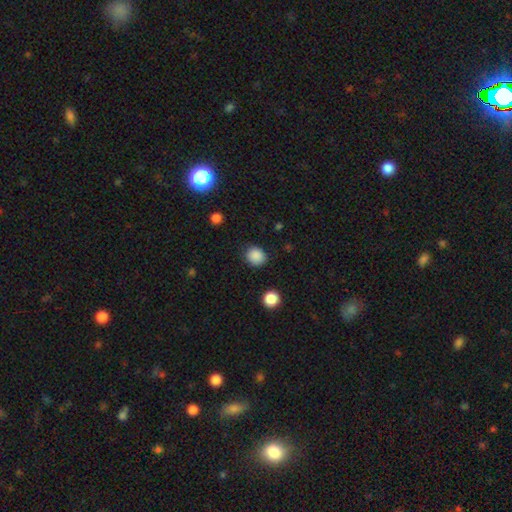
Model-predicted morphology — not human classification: smooth_or_featured: smooth (p=0.87) [alt: star or artifact p=0.10]
how_rounded: round (p=0.76) [alt: in between p=0.24]
merging: none (p=0.84) [alt: minor disturbance p=0.11]